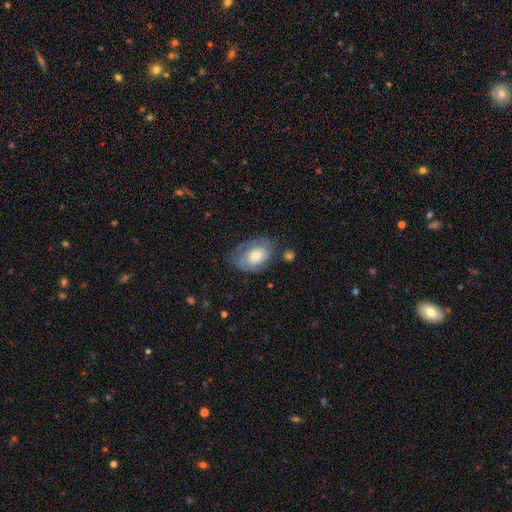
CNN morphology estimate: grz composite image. It shows a featured or disk galaxy (56%) with no bar (81%), spiral arms (72%) and a moderate central bulge (52%). Merging: none (59%).